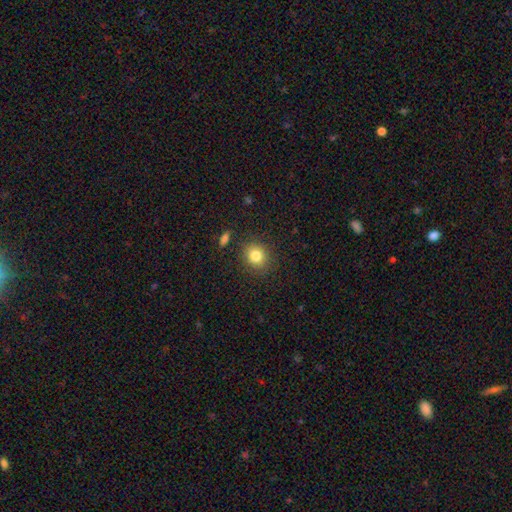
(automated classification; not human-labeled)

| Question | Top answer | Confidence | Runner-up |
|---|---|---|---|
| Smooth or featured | smooth | 82% | star or artifact (11%) |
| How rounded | round | 79% | in between (20%) |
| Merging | none | 86% | minor disturbance (9%) |